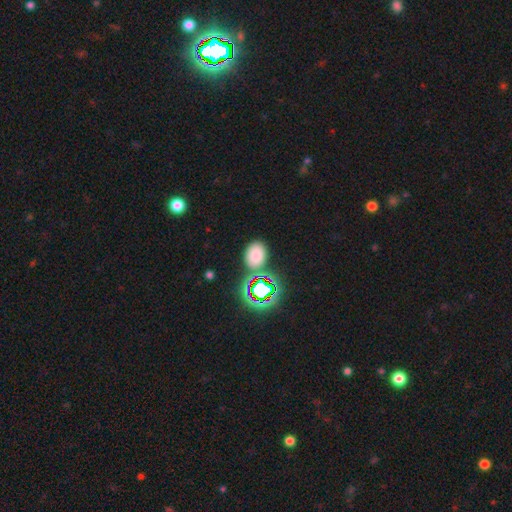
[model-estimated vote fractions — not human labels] Q: Smooth or featured?
A: smooth (72%); runner-up: star or artifact (21%)
Q: How rounded?
A: in between (66%); runner-up: round (32%)
Q: Merging?
A: none (73%); runner-up: minor disturbance (13%)